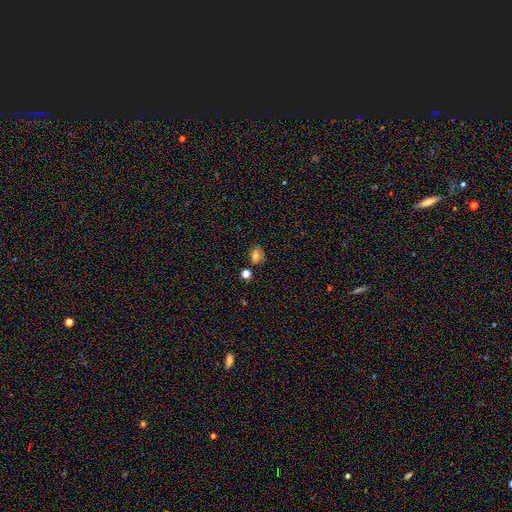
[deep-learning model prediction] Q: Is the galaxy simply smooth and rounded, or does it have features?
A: smooth — 71%.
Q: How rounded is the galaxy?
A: in between — 64%.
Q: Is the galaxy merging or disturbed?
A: none — 67%.